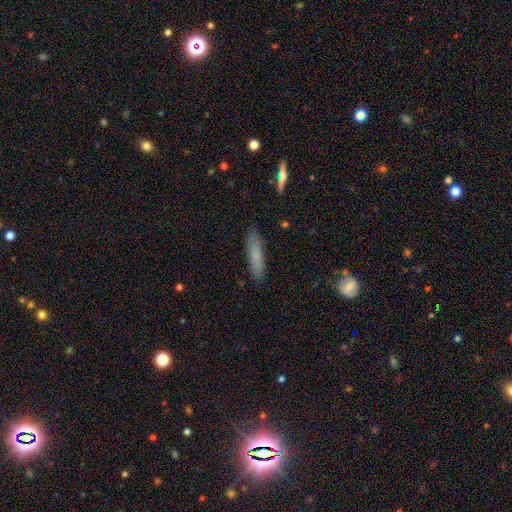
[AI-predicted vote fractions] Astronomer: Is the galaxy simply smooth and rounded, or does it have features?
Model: smooth — 76%.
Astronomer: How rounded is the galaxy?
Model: cigar-shaped — 79%.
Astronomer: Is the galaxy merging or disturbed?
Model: none — 86%.